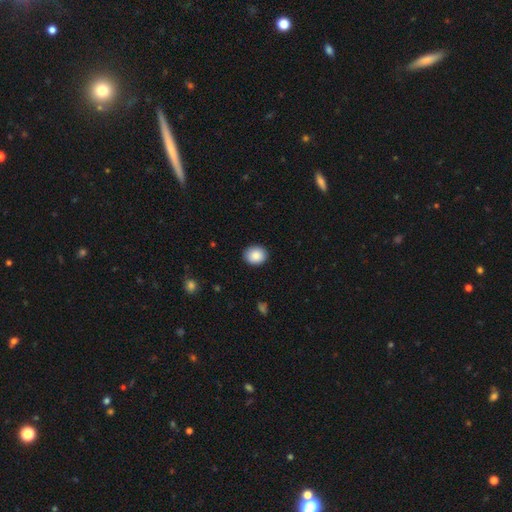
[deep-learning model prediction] smooth_or_featured: smooth (p=0.87) [alt: star or artifact p=0.08]
how_rounded: round (p=0.60) [alt: in between p=0.39]
merging: none (p=0.90) [alt: minor disturbance p=0.07]